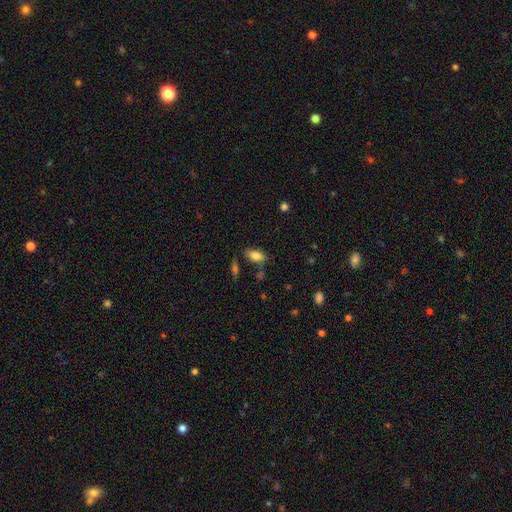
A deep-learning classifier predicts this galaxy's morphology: This appears to be a smooth galaxy with no disk features (81%) that is in between round and cigar-shaped (89%). Merging: none (70%).